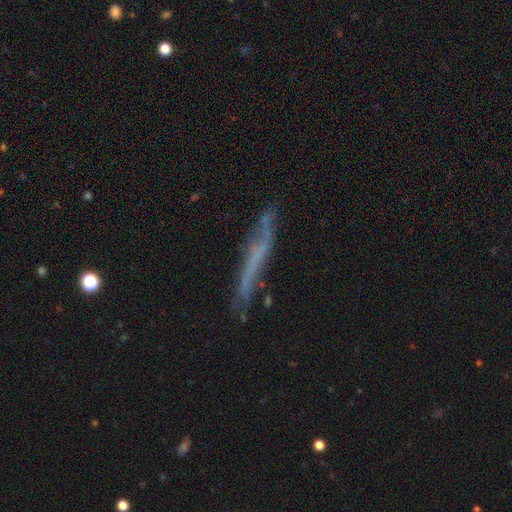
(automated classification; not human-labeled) The model was most divided on "smooth or featured": featured or disk: 58%, smooth: 32%, star or artifact: 10%. More confident: edge-on disk — yes (68%); merging — none (59%).